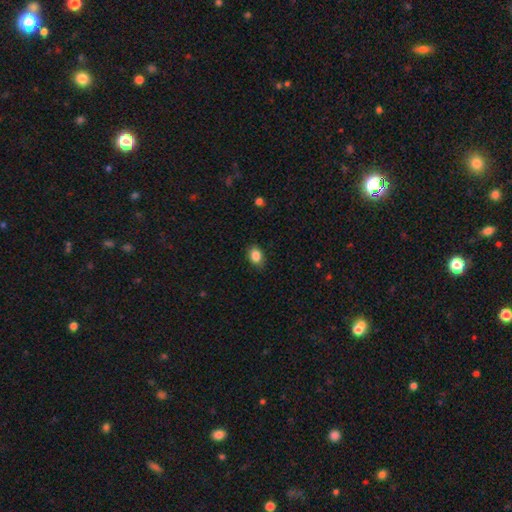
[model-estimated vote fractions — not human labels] Smooth or featured: smooth — 86% (star or artifact — 9%)
How rounded: in between — 70% (round — 29%)
Merging: none — 85% (minor disturbance — 11%)